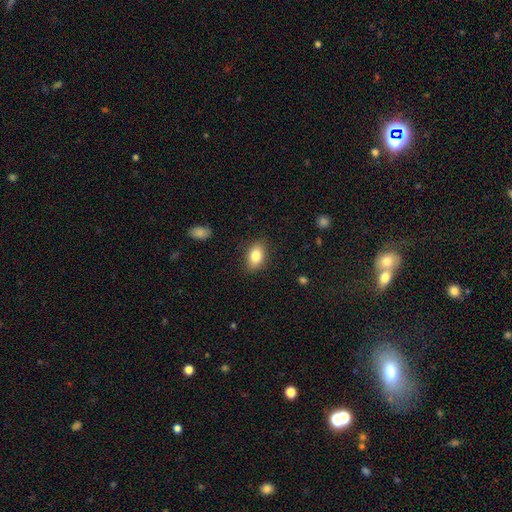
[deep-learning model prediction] A smooth galaxy with no disk features (83%) that is in between round and cigar-shaped (88%). Merging: none (85%).